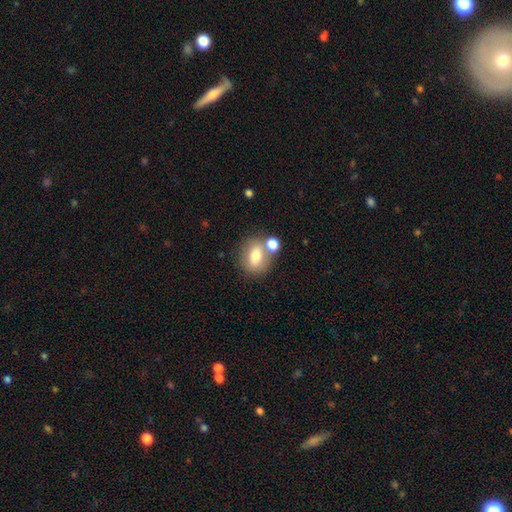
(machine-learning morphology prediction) Smooth or featured: smooth — 71% (featured or disk — 20%)
How rounded: in between — 59% (round — 39%)
Merging: none — 56% (merger — 27%)